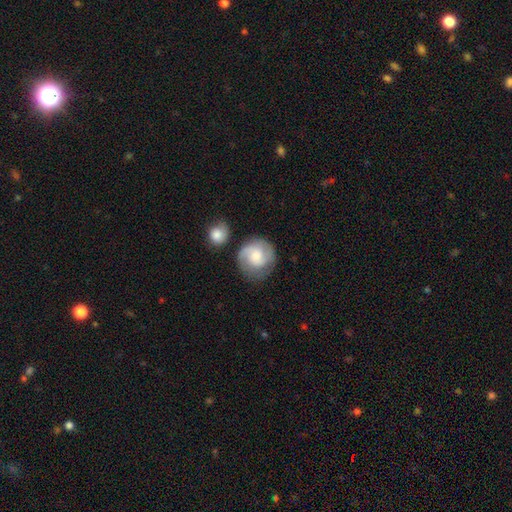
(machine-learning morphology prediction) Smooth or featured? Predicted: featured or disk (p=0.55). Edge-on disk? Predicted: no (p=0.98). Bar? Predicted: no (p=0.60). Spiral arms? Predicted: yes (p=0.88). Bulge size? Predicted: moderate (p=0.50). Merging? Predicted: none (p=0.63).